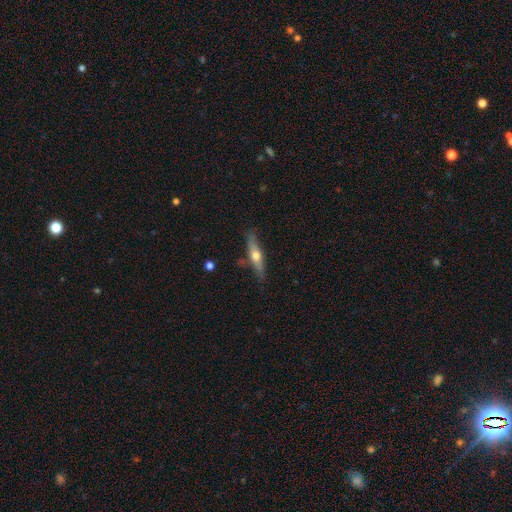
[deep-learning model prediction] Smooth or featured: featured or disk — 52% (smooth — 43%)
Edge-on disk: yes — 90% (no — 10%)
Merging: none — 78% (minor disturbance — 15%)